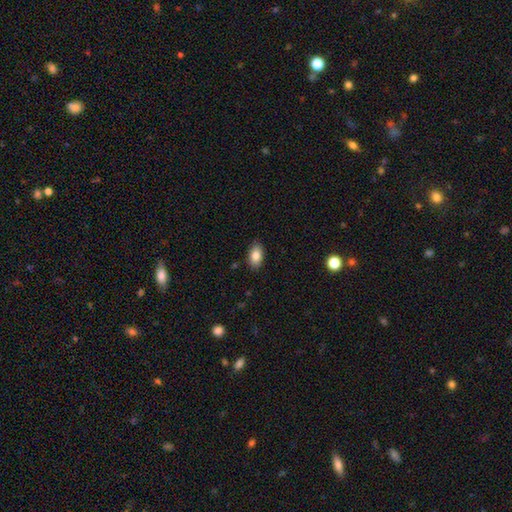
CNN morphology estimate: Overall: smooth (83%). How rounded: in between (92%). Merging: none (86%).